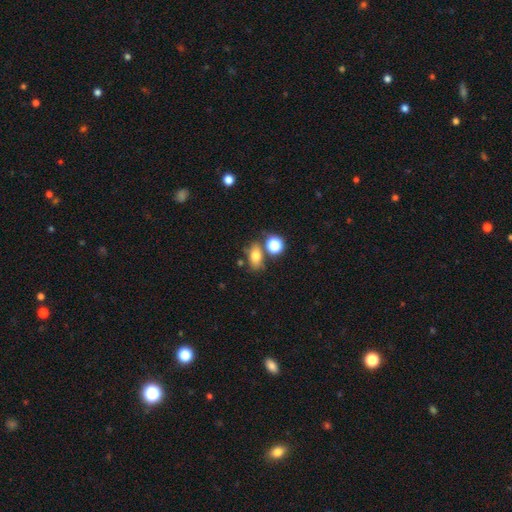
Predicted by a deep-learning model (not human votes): smooth-or-featured: smooth: 74% | star or artifact: 14% | featured or disk: 12%
  how-rounded: in between: 75% | round: 21% | cigar-shaped: 3%
  merging: none: 62% | merger: 18% | minor disturbance: 15% | major disturbance: 5%